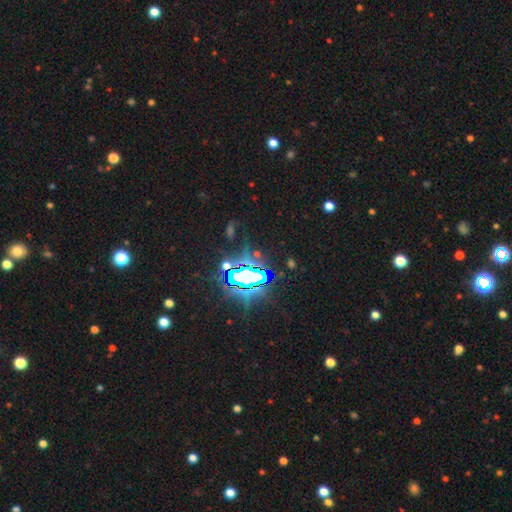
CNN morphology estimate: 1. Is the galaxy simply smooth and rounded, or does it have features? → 78% star or artifact, 11% smooth, 11% featured or disk.